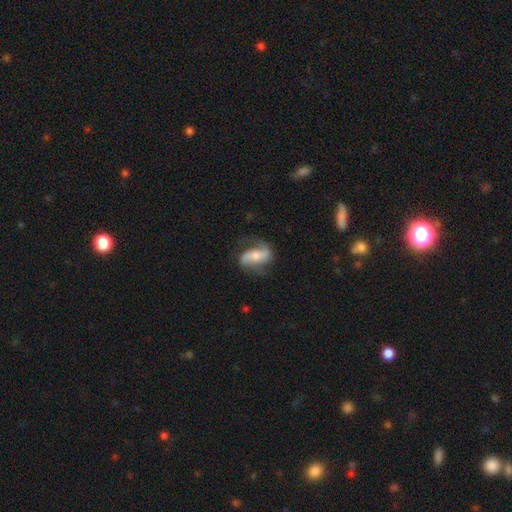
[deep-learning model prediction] A featured or disk galaxy (75%) with no bar (34%, tied with weak), 2 (87%) loose (47%) spiral arms (93%) and a moderate central bulge (51%). Merging: none (65%).